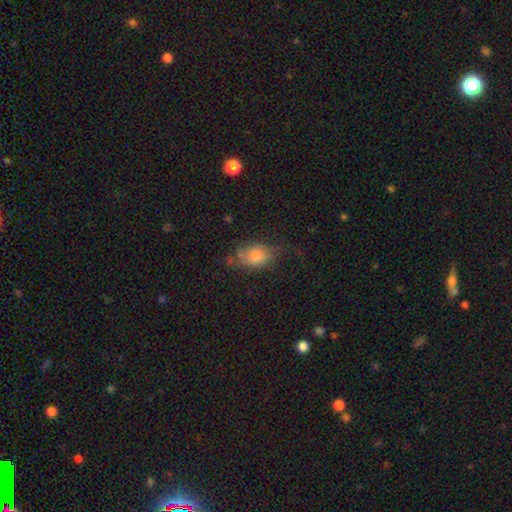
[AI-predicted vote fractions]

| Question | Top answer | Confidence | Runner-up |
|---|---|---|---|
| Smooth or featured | smooth | 73% | featured or disk (17%) |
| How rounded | in between | 78% | round (19%) |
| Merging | none | 44% | minor disturbance (32%) |